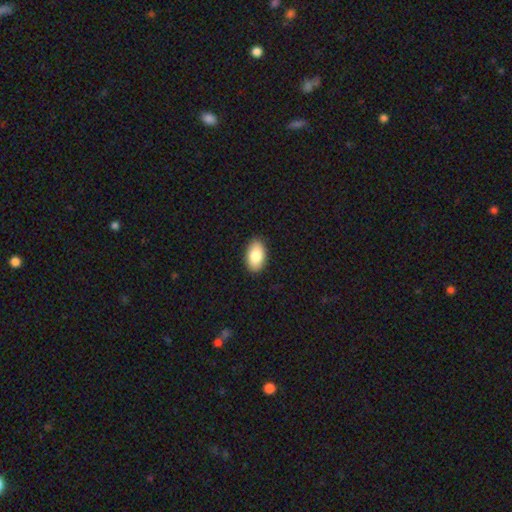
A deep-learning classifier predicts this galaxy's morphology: This appears to be a smooth galaxy with no disk features (84%) that is in between round and cigar-shaped (93%). Merging: none (89%).